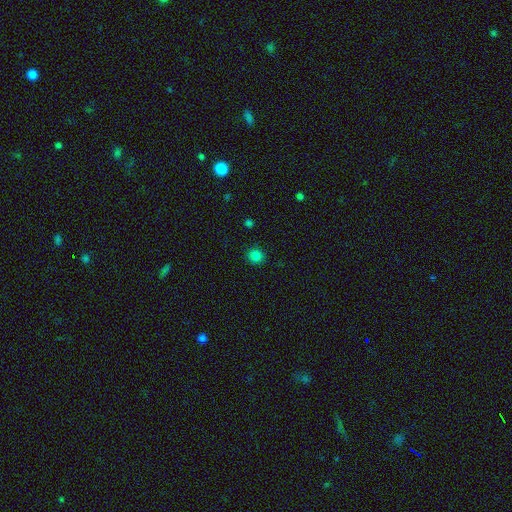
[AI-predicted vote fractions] This appears to be a smooth galaxy with no disk features (82%) that is round (91%). Merging: none (90%).